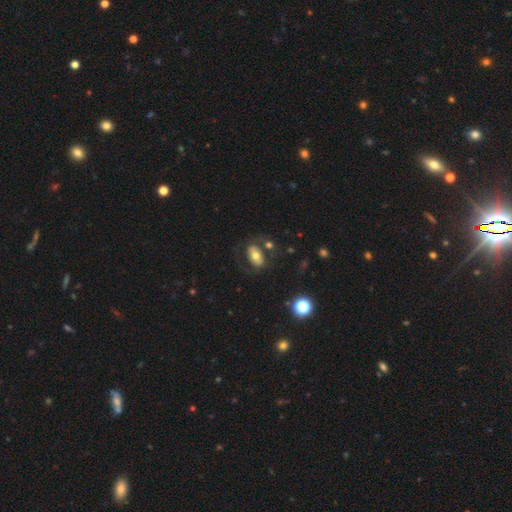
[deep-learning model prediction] smooth 55%, featured or disk 37%, star or artifact 8%. Down the decision tree: how rounded — in between (88%); merging — none (63%).